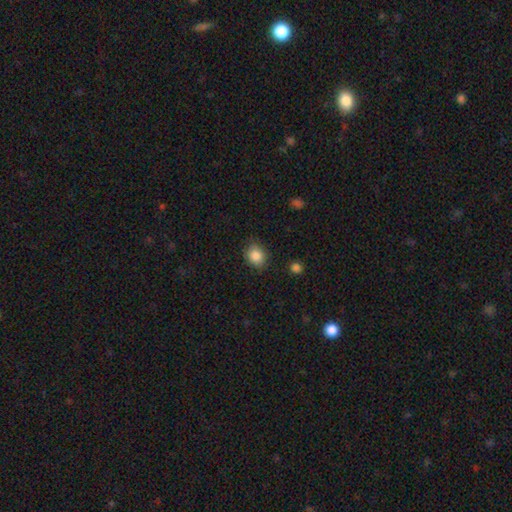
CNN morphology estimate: Smooth or featured: smooth — 86% (star or artifact — 9%)
How rounded: round — 56% (in between — 43%)
Merging: none — 83% (minor disturbance — 12%)